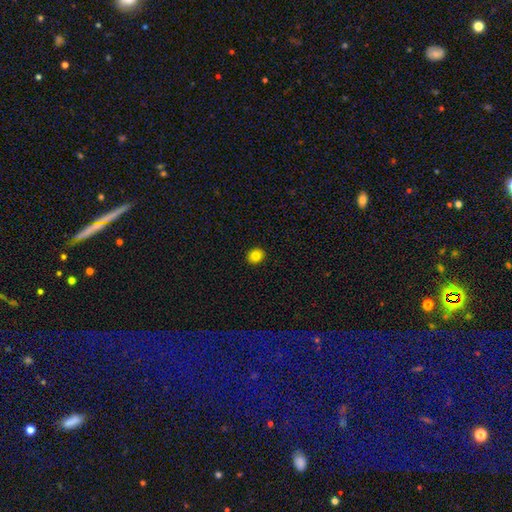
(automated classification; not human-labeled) smooth 82%, star or artifact 11%, featured or disk 6%. Down the decision tree: how rounded — round (73%); merging — none (92%).